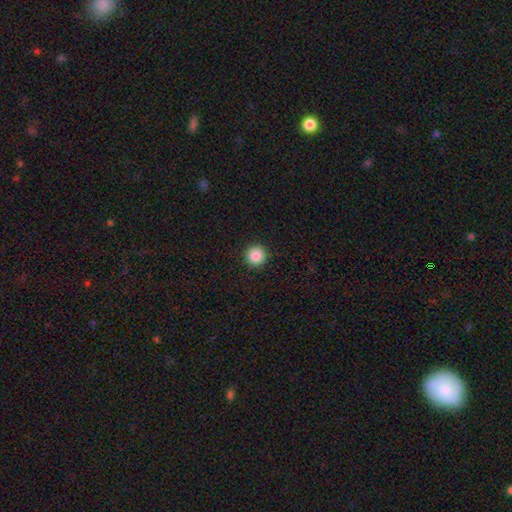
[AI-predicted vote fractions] Smooth or featured?
  - smooth: 87% *
  - star or artifact: 10%
  - featured or disk: 3%
How rounded?
  - round: 96% *
  - in between: 3%
  - cigar-shaped: 1%
Merging?
  - none: 93% *
  - minor disturbance: 5%
  - major disturbance: 2%
  - merger: 1%